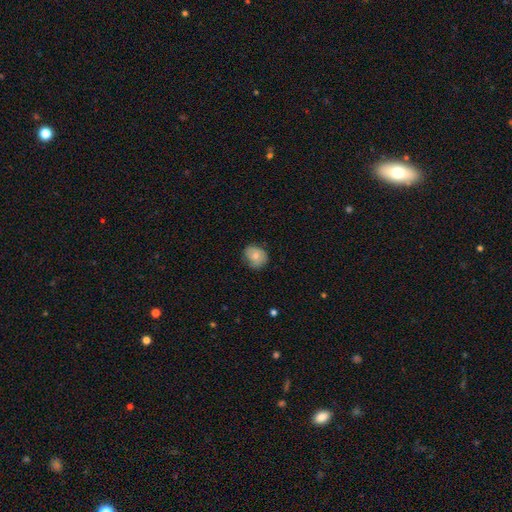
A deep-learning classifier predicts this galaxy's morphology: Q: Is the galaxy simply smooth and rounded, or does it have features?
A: smooth — 72%.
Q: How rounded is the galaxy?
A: round — 69%.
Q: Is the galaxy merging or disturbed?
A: none — 72%.